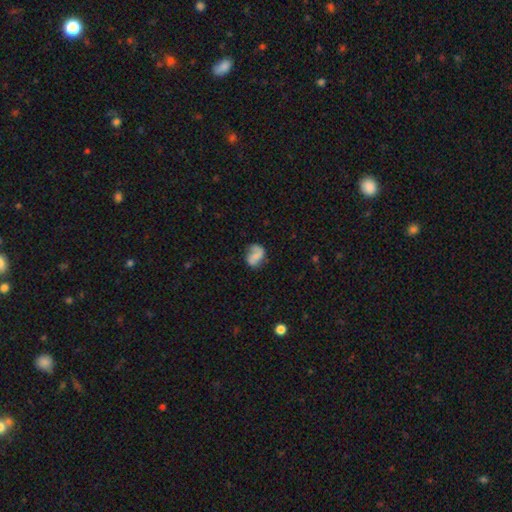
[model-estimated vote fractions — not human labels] Smooth or featured?
  - smooth: 46% *
  - featured or disk: 45%
  - star or artifact: 9%
Merging?
  - none: 55% *
  - minor disturbance: 27%
  - major disturbance: 15%
  - merger: 3%